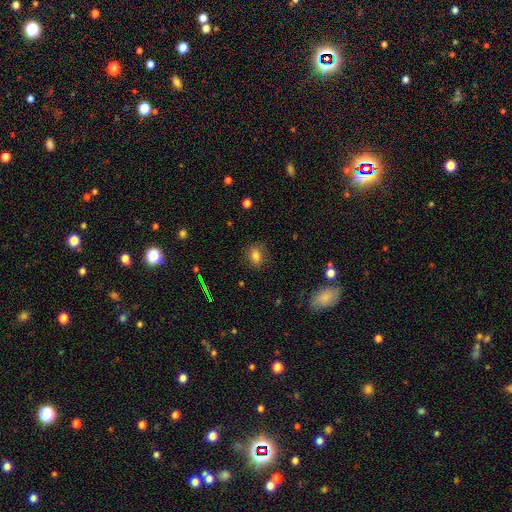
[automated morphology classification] A smooth galaxy with no disk features (76%) that is in between round and cigar-shaped (50%).

Vote fractions:
- Smooth or featured? smooth: 76% / star or artifact: 14% / featured or disk: 10%
- How rounded? in between: 50% / round: 48% / cigar-shaped: 2%
- Merging? none: 80% / minor disturbance: 14% / major disturbance: 4% / merger: 1%